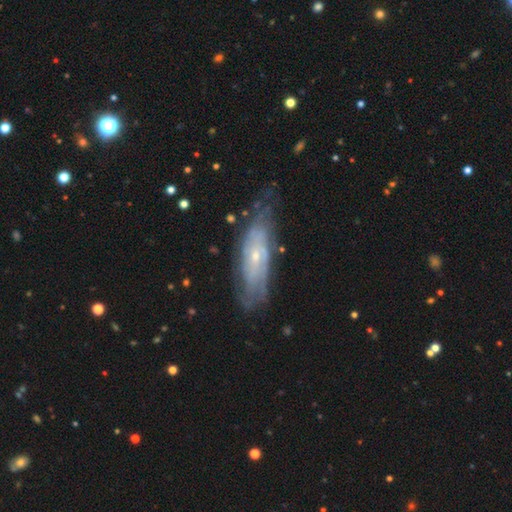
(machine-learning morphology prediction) The model was most divided on "merging": none: 65%, minor disturbance: 24%, major disturbance: 8%, merger: 2%. More confident: spiral arms — yes (82%); edge-on disk — no (80%); bulge size — small (74%); smooth or featured — featured or disk (73%); bar — no (73%).